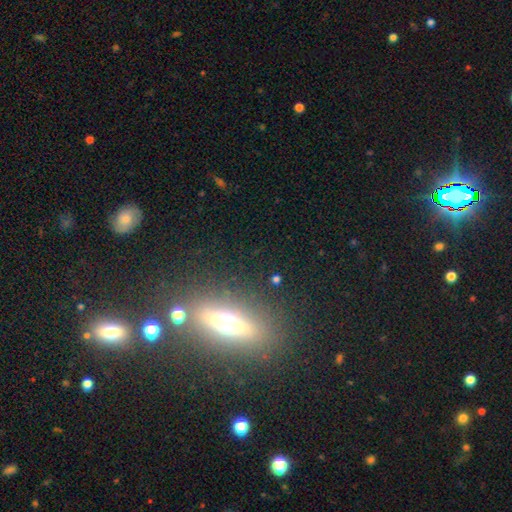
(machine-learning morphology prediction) Overall: featured or disk (39%; smooth 38%). Merging: none (80%).